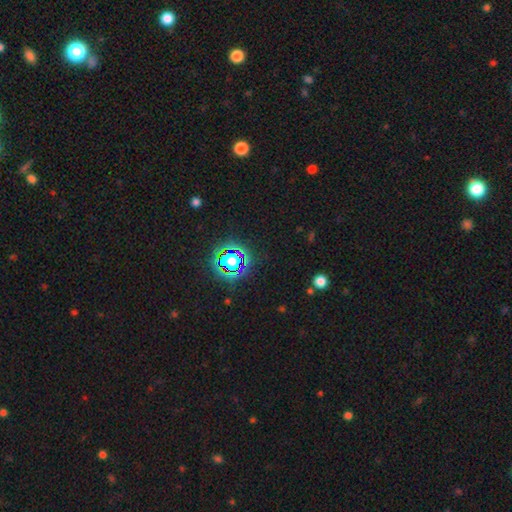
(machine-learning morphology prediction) The model was most divided on "smooth or featured": star or artifact: 76%, smooth: 16%, featured or disk: 8%.